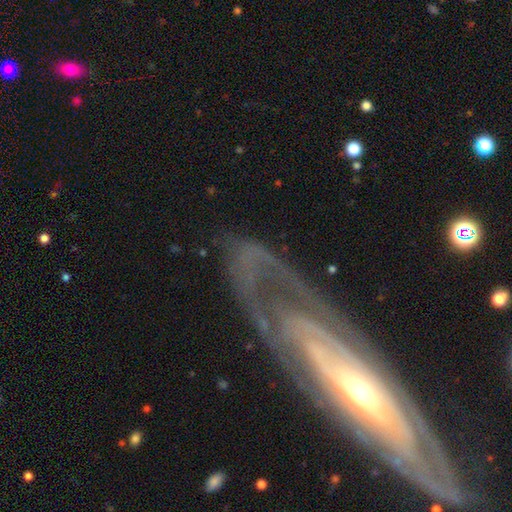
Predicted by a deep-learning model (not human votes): Smooth or featured: featured or disk — 74% (smooth — 15%)
Edge-on disk: no — 83% (yes — 17%)
Bar: no — 50% (weak — 26%)
Spiral arms: yes — 78% (no — 22%)
Bulge size: small — 40% (tied with moderate — 40%)
Merging: none — 67% (minor disturbance — 16%)